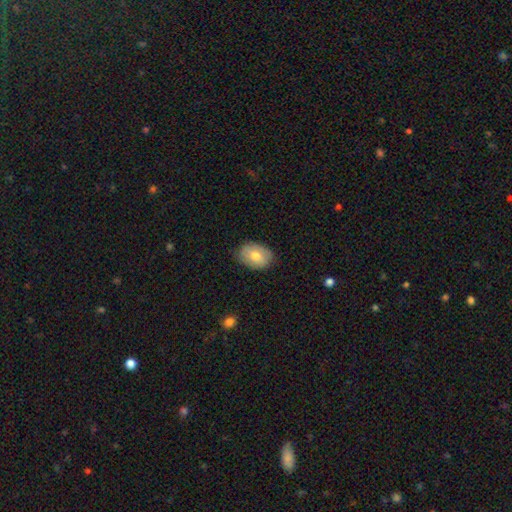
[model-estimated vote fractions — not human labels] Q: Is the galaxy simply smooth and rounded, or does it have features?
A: smooth — 72%.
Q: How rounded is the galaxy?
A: in between — 80%.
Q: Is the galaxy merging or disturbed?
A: none — 81%.